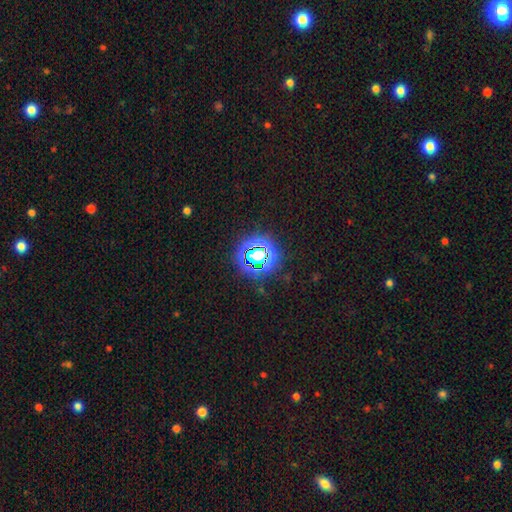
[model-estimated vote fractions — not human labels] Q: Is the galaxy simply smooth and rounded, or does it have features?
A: star or artifact — 64%.